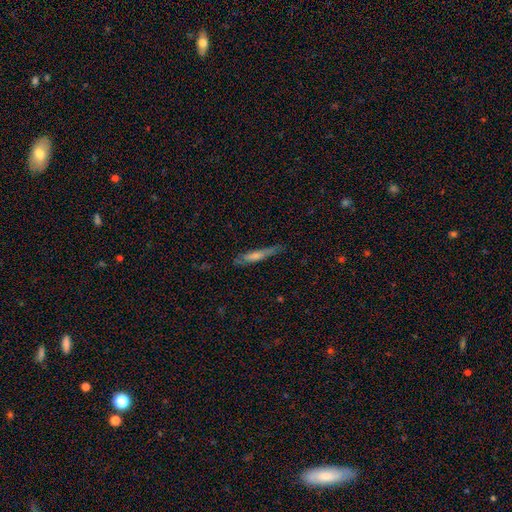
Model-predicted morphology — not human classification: Smooth or featured?
  - smooth: 59% *
  - featured or disk: 33%
  - star or artifact: 7%
How rounded?
  - cigar-shaped: 90% *
  - in between: 8%
  - round: 2%
Merging?
  - none: 73% *
  - minor disturbance: 21%
  - major disturbance: 5%
  - merger: 2%